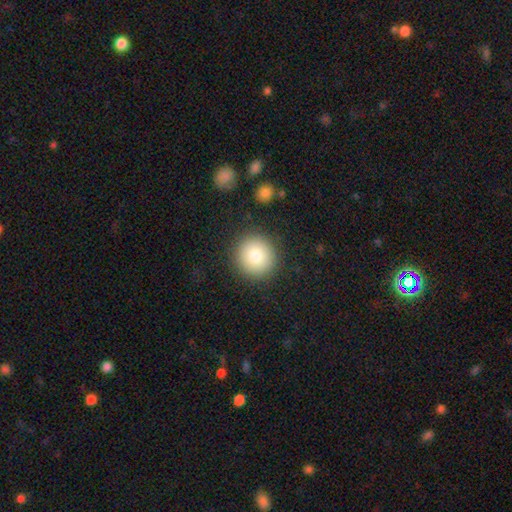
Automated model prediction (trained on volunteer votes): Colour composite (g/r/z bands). It shows a smooth galaxy with no disk features (81%) that is round (95%). Merging: none (89%).